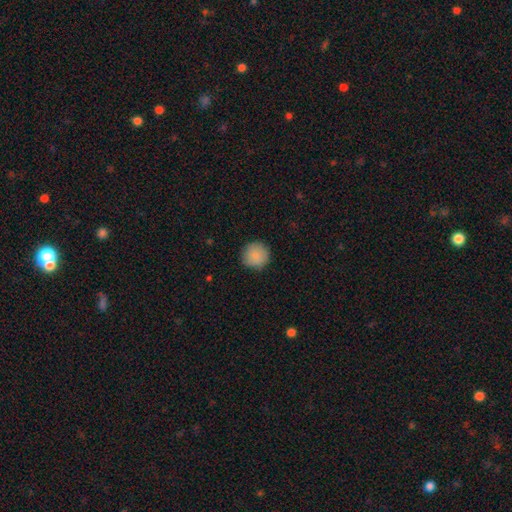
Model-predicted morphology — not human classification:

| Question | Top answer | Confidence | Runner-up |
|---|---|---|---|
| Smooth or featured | smooth | 88% | star or artifact (8%) |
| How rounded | round | 95% | in between (4%) |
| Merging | none | 89% | minor disturbance (8%) |